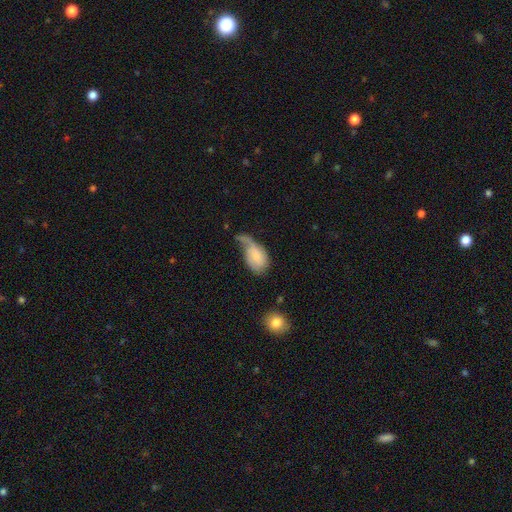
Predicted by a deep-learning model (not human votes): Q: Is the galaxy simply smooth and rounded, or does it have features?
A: smooth — 62%.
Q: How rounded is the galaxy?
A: in between — 88%.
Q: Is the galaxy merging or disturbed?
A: major disturbance — 45%.